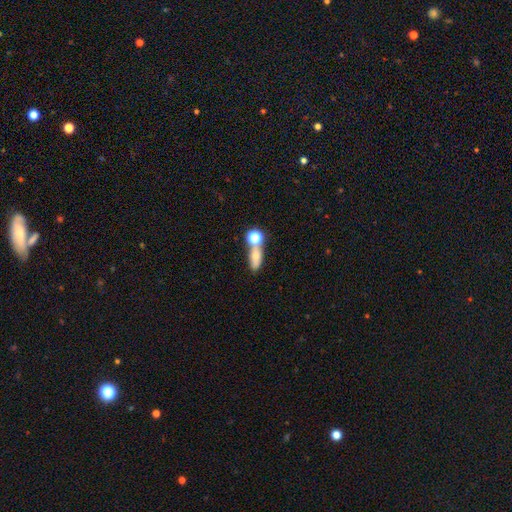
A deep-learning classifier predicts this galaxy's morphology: A smooth galaxy with no disk features (67%) that is in between round and cigar-shaped (60%).

Vote fractions:
- Smooth or featured? smooth: 67% / featured or disk: 19% / star or artifact: 14%
- How rounded? in between: 60% / round: 20% / cigar-shaped: 19%
- Merging? none: 45% / merger: 35% / minor disturbance: 13% / major disturbance: 7%